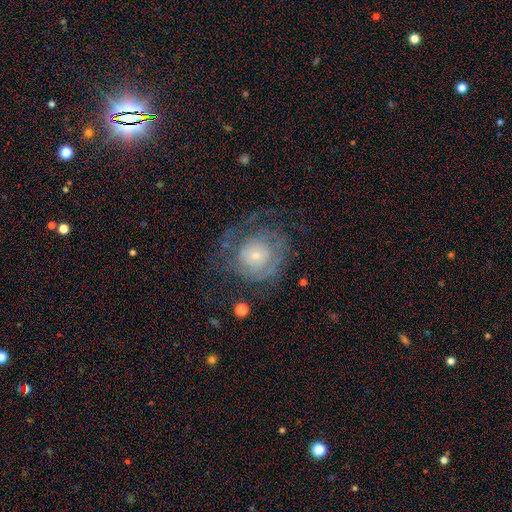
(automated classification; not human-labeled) featured or disk 61%, smooth 30%, star or artifact 9%. Down the decision tree: edge-on disk — no (97%); bar — no (84%); spiral arms — yes (65%); bulge size — small (66%); merging — none (57%).